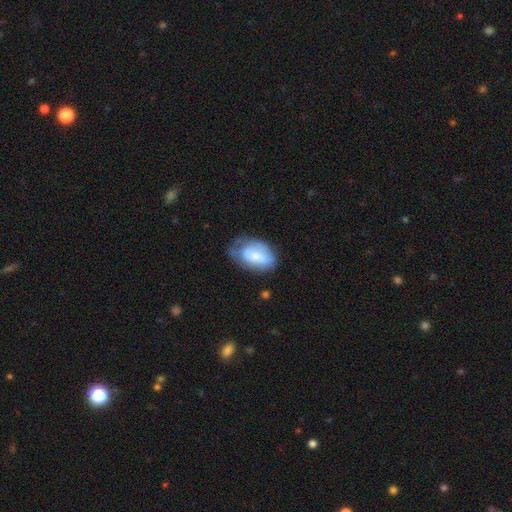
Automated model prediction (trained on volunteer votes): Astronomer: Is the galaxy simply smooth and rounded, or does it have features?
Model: smooth — 57% (runner-up: featured or disk, 36%).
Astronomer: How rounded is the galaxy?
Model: in between — 89%.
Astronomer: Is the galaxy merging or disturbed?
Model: none — 44% (runner-up: minor disturbance, 36%).